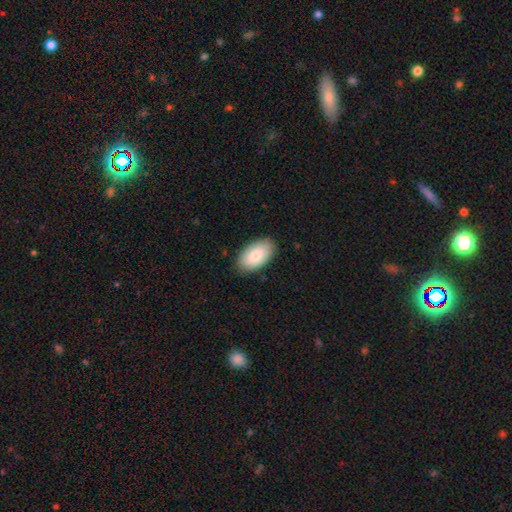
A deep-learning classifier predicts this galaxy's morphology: The model was most divided on "merging": none: 86%, minor disturbance: 10%, major disturbance: 2%, merger: 1%. More confident: how rounded — in between (96%); smooth or featured — smooth (85%).